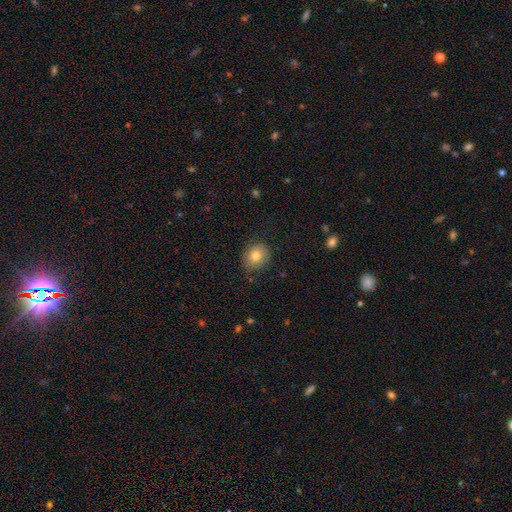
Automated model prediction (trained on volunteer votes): Q: Smooth or featured?
A: smooth (79%); runner-up: featured or disk (11%)
Q: How rounded?
A: round (75%); runner-up: in between (24%)
Q: Merging?
A: none (84%); runner-up: minor disturbance (12%)